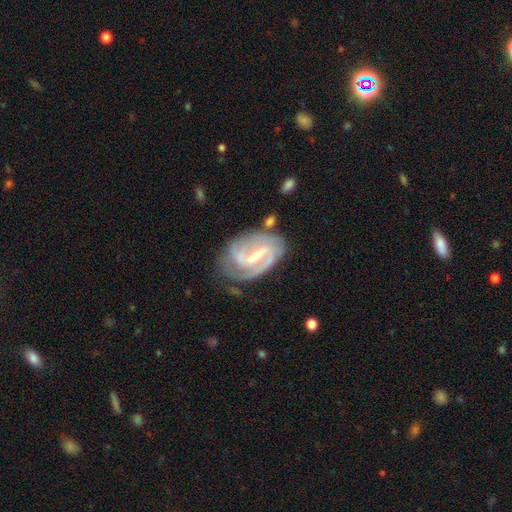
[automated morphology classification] Smooth or featured? Predicted: featured or disk (p=0.86). Edge-on disk? Predicted: no (p=0.97). Bar? Predicted: weak (p=0.46). Spiral arms? Predicted: yes (p=0.95). Spiral winding? Predicted: tight (p=0.46). Spiral arm count? Predicted: 2 (p=0.64). Bulge size? Predicted: small (p=0.54). Merging? Predicted: none (p=0.63).